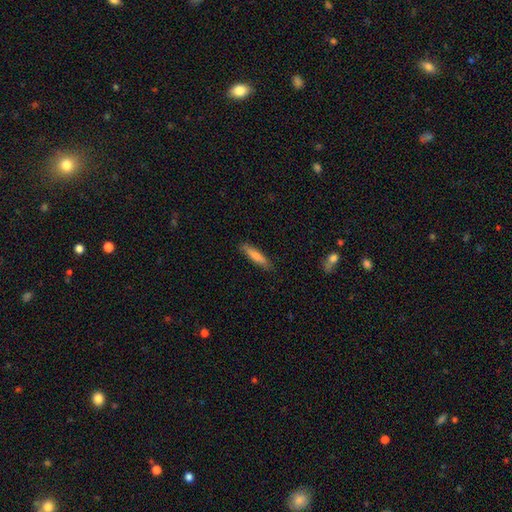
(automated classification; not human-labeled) Morphology: type=smooth (67%); roundness=cigar-shaped (85%); merging=none (86%).